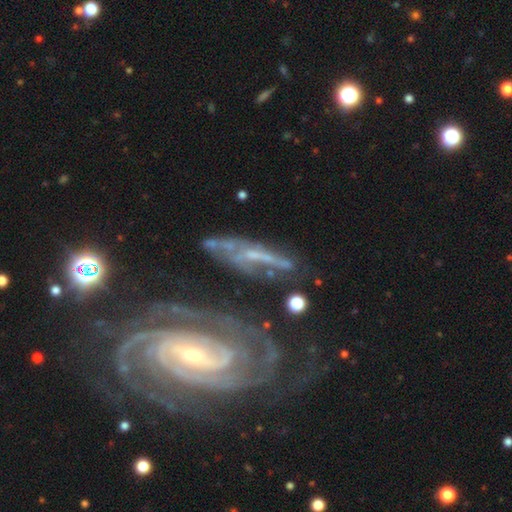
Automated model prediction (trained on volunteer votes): Morphology: type=featured or disk (77%); edge-on=no (78%); bar=no (45%); spiral arms=yes (83%); bulge=small (59%); merging=none (49%).